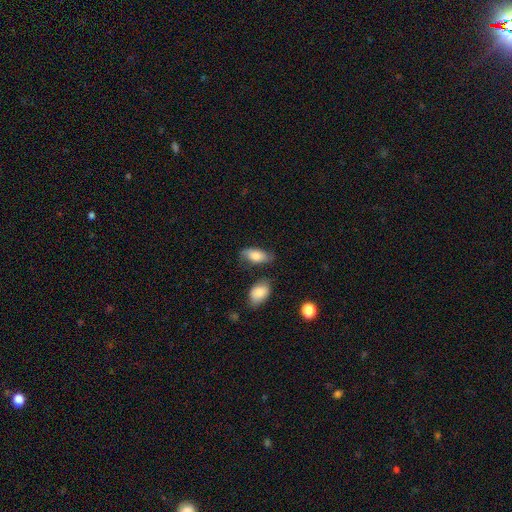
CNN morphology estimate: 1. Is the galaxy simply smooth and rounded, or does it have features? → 78% smooth, 16% featured or disk, 7% star or artifact.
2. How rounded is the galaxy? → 89% in between, 8% cigar-shaped, 3% round.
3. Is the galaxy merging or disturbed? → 64% none, 23% minor disturbance, 7% merger, 6% major disturbance.